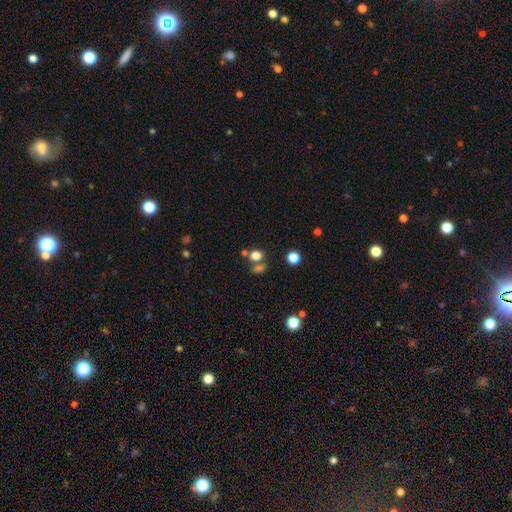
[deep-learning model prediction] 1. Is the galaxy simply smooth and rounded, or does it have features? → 76% smooth, 17% star or artifact, 7% featured or disk.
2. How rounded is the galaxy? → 54% round, 45% in between, 2% cigar-shaped.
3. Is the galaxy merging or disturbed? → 55% none, 29% merger, 10% minor disturbance, 6% major disturbance.